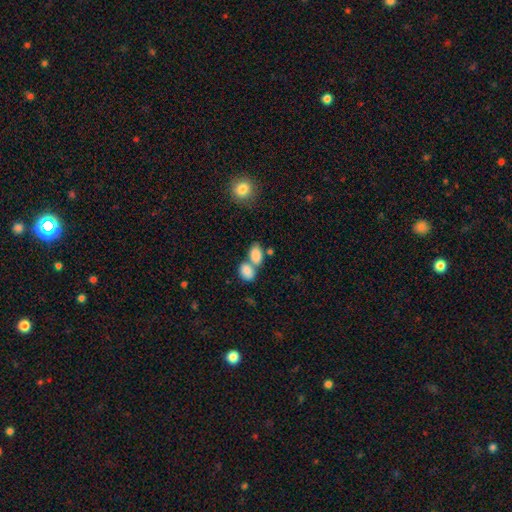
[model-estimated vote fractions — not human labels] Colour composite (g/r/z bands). It shows a smooth galaxy with no disk features (85%) that is in between round and cigar-shaped (86%). Merging: merger (54%).